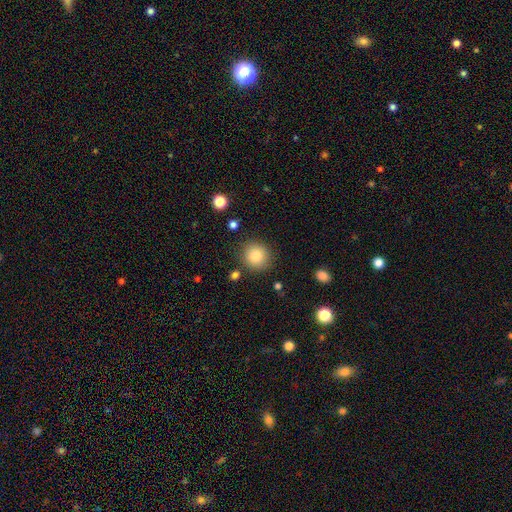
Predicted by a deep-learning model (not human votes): A smooth galaxy with no disk features (83%) that is round (90%). Merging: none (86%).